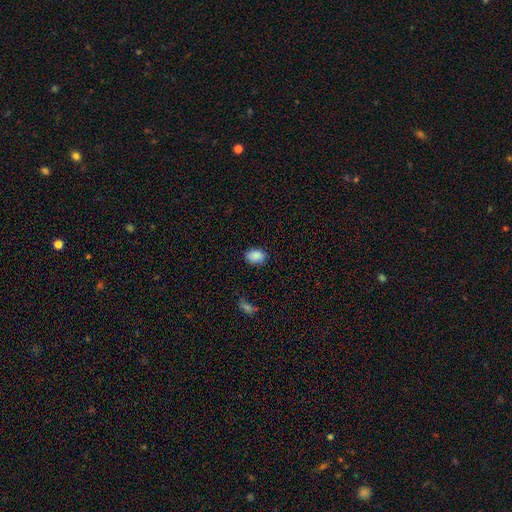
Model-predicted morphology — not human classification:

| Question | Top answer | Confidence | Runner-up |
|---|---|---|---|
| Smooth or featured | smooth | 89% | star or artifact (8%) |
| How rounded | in between | 81% | round (17%) |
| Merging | none | 83% | minor disturbance (13%) |